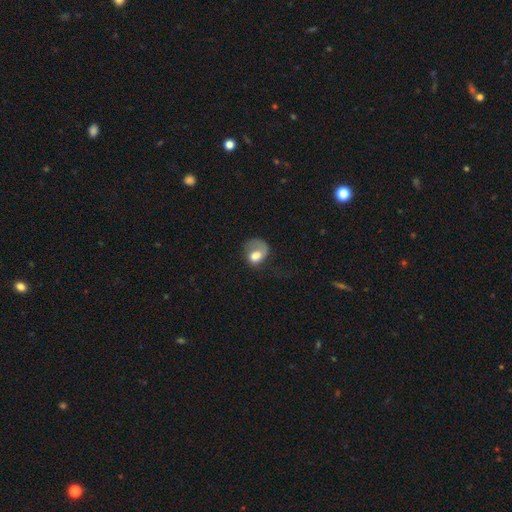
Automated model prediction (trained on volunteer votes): Smooth or featured? smooth (55%)
How rounded? round (51%)
Merging? major disturbance (46%)